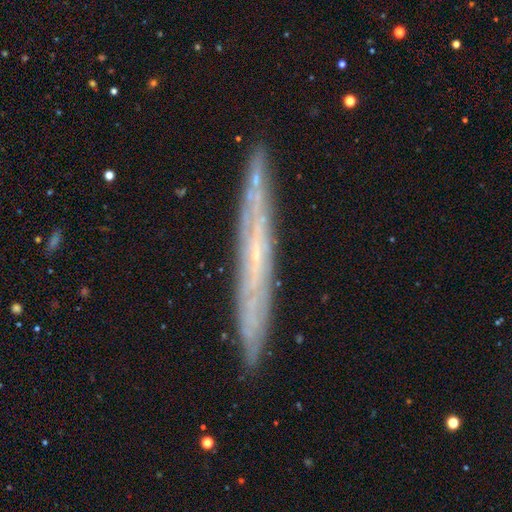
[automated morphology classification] smooth-or-featured: featured or disk: 65% | smooth: 25% | star or artifact: 10%
  disk-edge-on: yes: 86% | no: 14%
    edge-on-bulge: none: 76% | rounded: 21% | boxy: 3%
  merging: none: 88% | minor disturbance: 9% | major disturbance: 2% | merger: 1%